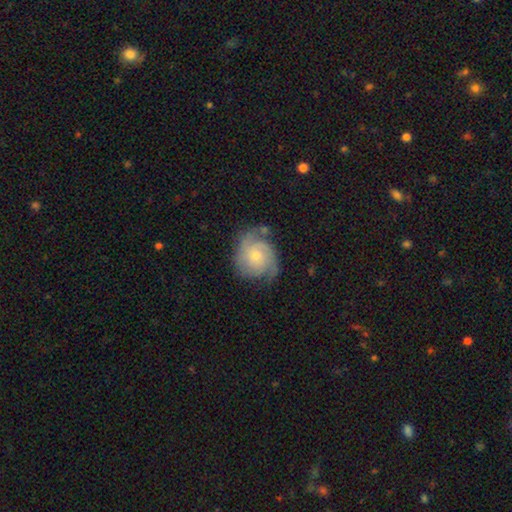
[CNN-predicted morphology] The model was most divided on "spiral arm count": 2: 37%, 3: 30%, can't tell: 17%, 4: 6%, 1: 5%, more than 4: 4%. More confident: edge-on disk — no (98%); spiral arms — yes (95%); smooth or featured — featured or disk (78%); bar — no (76%); merging — none (66%); bulge size — small (58%); spiral winding — tight (51%).